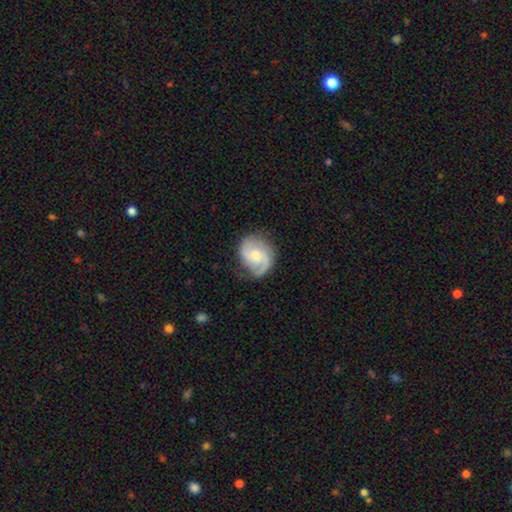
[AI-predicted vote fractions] A featured or disk galaxy (82%) with no bar (60%), 2 (80%) medium (49%) spiral arms (96%) and a moderate central bulge (51%).

Vote fractions:
- Smooth or featured? featured or disk: 82% / smooth: 13% / star or artifact: 5%
- Edge-on disk? no: 98% / yes: 2%
- Bar? no: 60% / weak: 34% / strong: 6%
- Spiral arms? yes: 96% / no: 4%
- Spiral winding? medium: 49% / tight: 29% / loose: 21%
- Spiral arm count? 2: 80% / 1: 8% / can't tell: 6% / 3: 4% / 4: 1% / more than 4: 1%
- Bulge size? moderate: 51% / small: 44% / large: 3% / none: 2% / dominant: 1%
- Merging? none: 74% / minor disturbance: 18% / major disturbance: 7% / merger: 1%